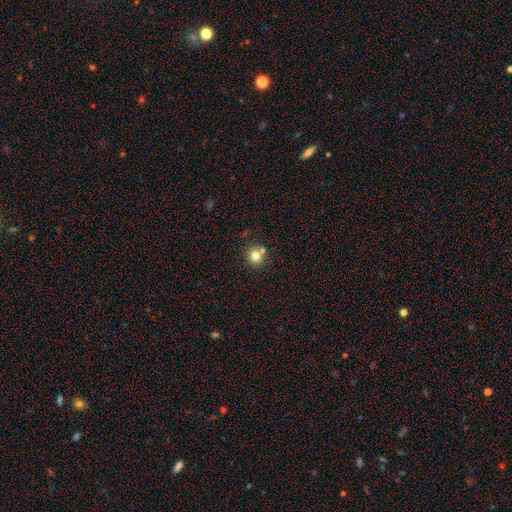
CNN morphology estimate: Smooth or featured? smooth (79%)
How rounded? round (90%)
Merging? none (70%)